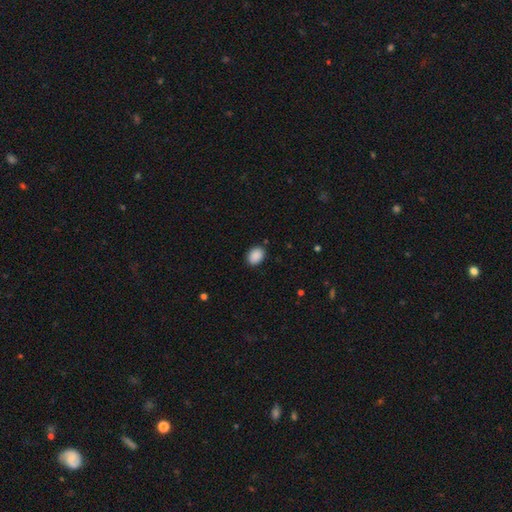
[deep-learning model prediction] smooth 90%, star or artifact 8%, featured or disk 3%. Down the decision tree: how rounded — in between (73%); merging — none (87%).